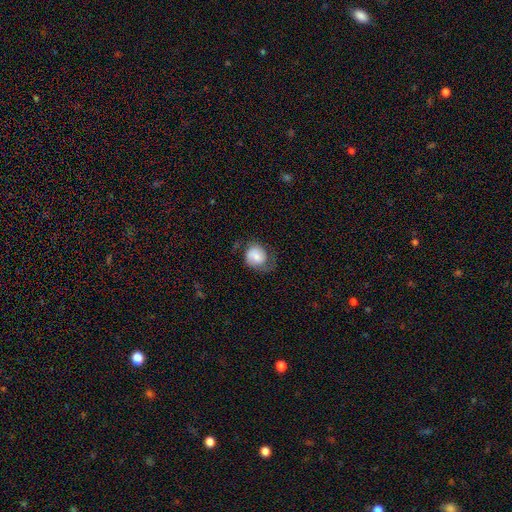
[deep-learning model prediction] Overall: smooth (60%; featured or disk 32%). How rounded: round (68%; in between 31%). Merging: none (45%; minor disturbance 30%).